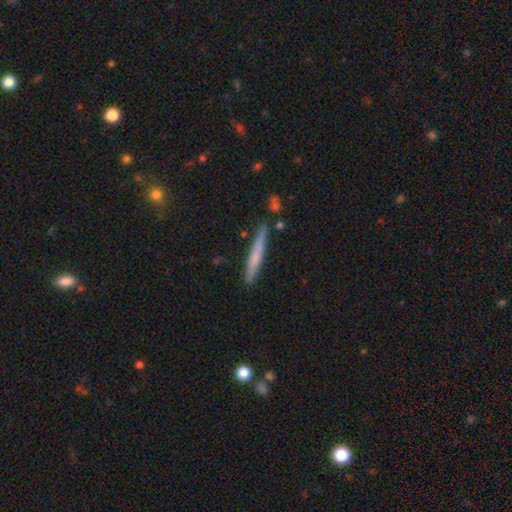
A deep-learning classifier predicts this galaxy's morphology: Q: Smooth or featured?
A: smooth (60%); runner-up: featured or disk (34%)
Q: How rounded?
A: cigar-shaped (96%); runner-up: in between (3%)
Q: Merging?
A: none (85%); runner-up: minor disturbance (10%)